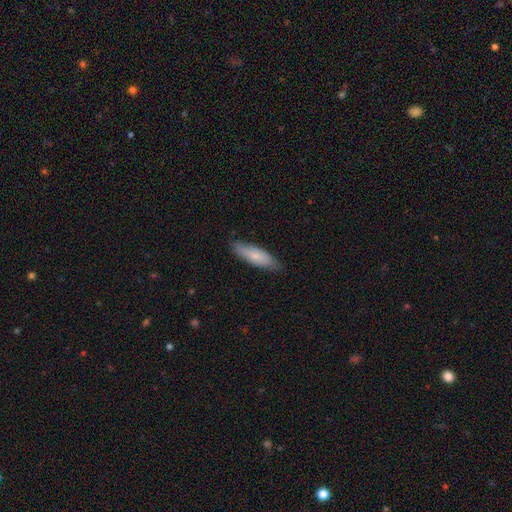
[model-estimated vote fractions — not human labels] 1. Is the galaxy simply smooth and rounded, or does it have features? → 71% smooth, 23% featured or disk, 6% star or artifact.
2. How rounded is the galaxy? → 53% cigar-shaped, 45% in between, 2% round.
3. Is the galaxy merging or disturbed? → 81% none, 15% minor disturbance, 2% major disturbance, 1% merger.